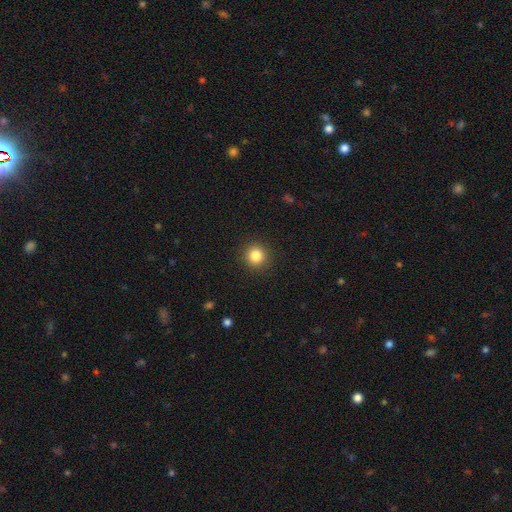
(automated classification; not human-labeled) smooth-or-featured: smooth: 84% | star or artifact: 11% | featured or disk: 5%
  how-rounded: round: 92% | in between: 7% | cigar-shaped: 1%
  merging: none: 91% | minor disturbance: 6% | major disturbance: 2% | merger: 1%